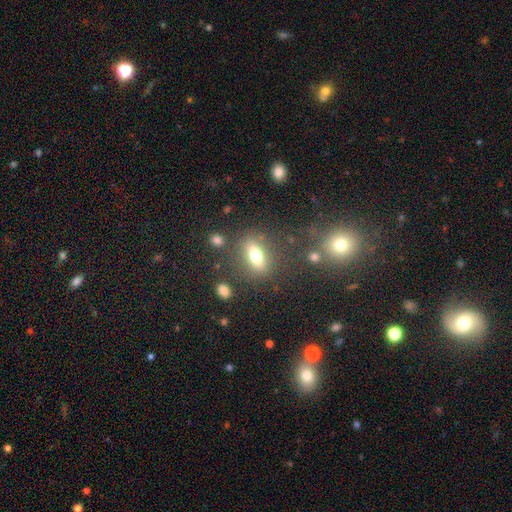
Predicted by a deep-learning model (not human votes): Overall: smooth (64%; featured or disk 25%). How rounded: in between (67%). Merging: none (78%).